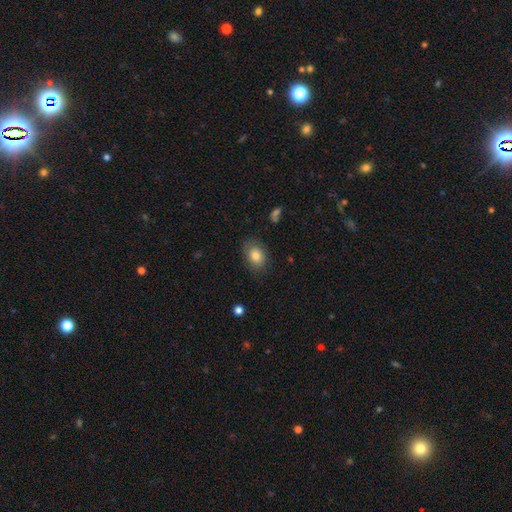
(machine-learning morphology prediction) Q: Smooth or featured?
A: smooth (82%); runner-up: featured or disk (10%)
Q: How rounded?
A: in between (72%); runner-up: round (27%)
Q: Merging?
A: none (80%); runner-up: minor disturbance (15%)